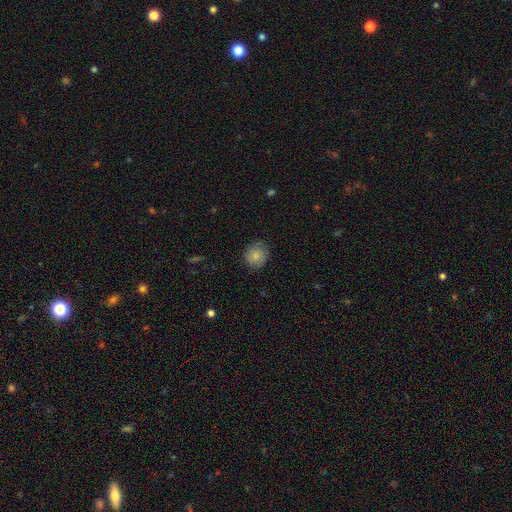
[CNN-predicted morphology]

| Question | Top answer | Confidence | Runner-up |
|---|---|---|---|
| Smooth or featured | smooth | 84% | star or artifact (8%) |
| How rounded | round | 81% | in between (18%) |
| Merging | none | 82% | minor disturbance (14%) |